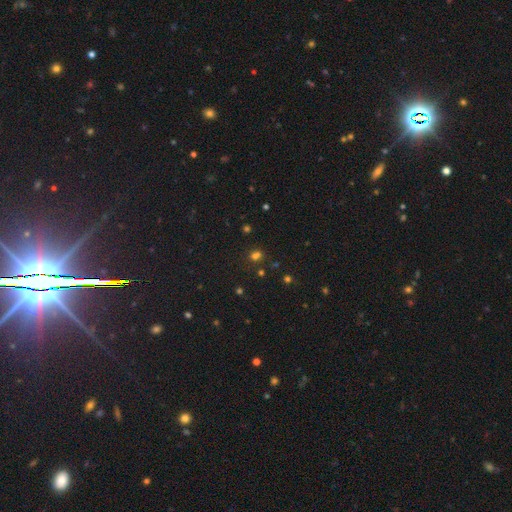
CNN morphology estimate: smooth-or-featured: smooth: 60% | star or artifact: 34% | featured or disk: 6%
  how-rounded: round: 52% | in between: 46% | cigar-shaped: 2%
  merging: none: 73% | minor disturbance: 12% | merger: 11% | major disturbance: 4%